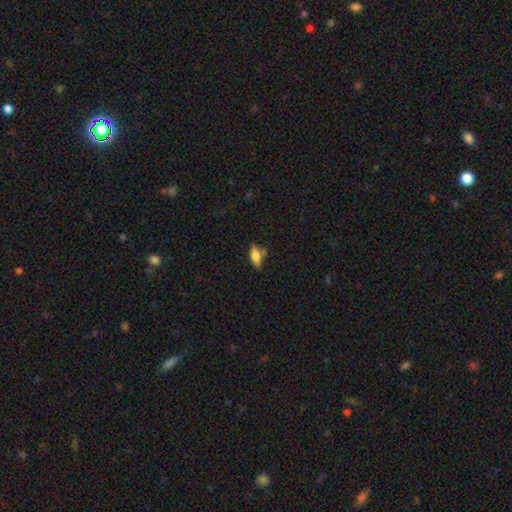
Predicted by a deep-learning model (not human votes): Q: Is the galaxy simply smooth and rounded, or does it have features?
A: smooth — 71%.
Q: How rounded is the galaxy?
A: in between — 75%.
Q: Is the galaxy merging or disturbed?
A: none — 60%.